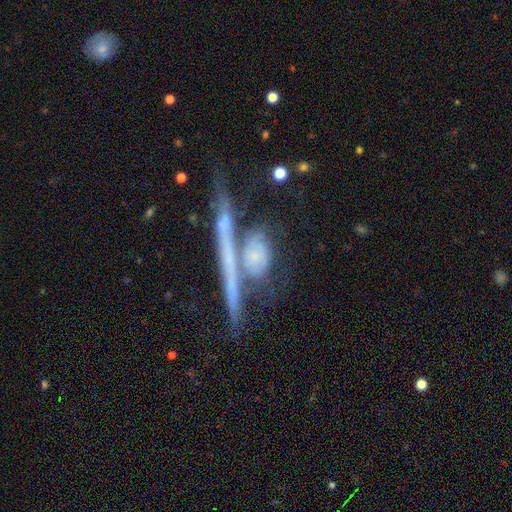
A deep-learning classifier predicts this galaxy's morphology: type=featured or disk (51%); edge-on=yes (56%); merging=none (47%).